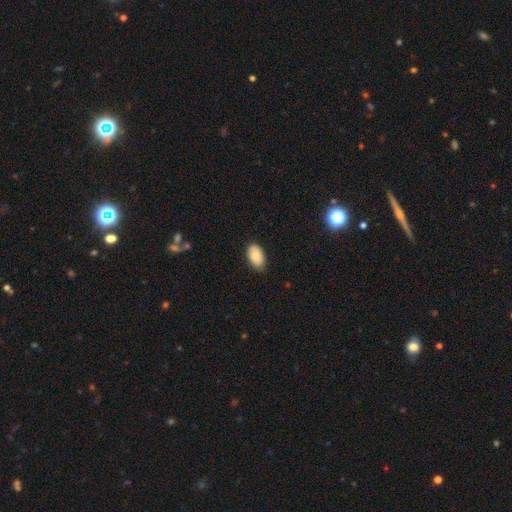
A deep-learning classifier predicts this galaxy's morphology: smooth 85%, featured or disk 8%, star or artifact 7%. Down the decision tree: how rounded — in between (94%); merging — none (82%).